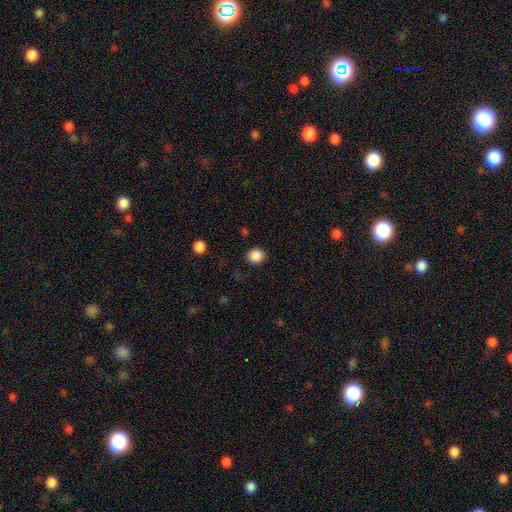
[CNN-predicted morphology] Q: Smooth or featured?
A: smooth (87%); runner-up: star or artifact (10%)
Q: How rounded?
A: round (81%); runner-up: in between (18%)
Q: Merging?
A: none (89%); runner-up: minor disturbance (7%)